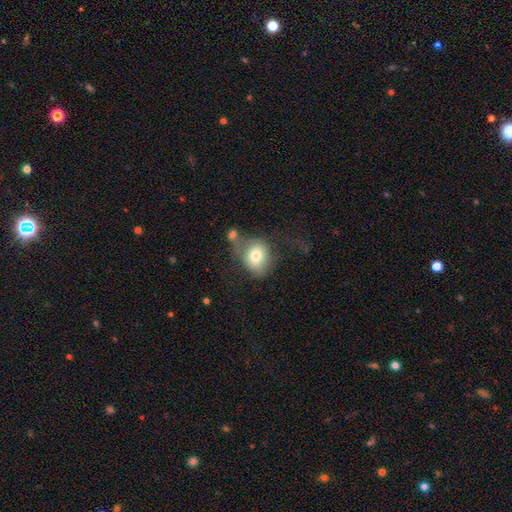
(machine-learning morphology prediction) The model was most divided on "merging": none: 33%, major disturbance: 26%, minor disturbance: 23%, merger: 18%. More confident: smooth or featured — smooth (75%); how rounded — round (57%).